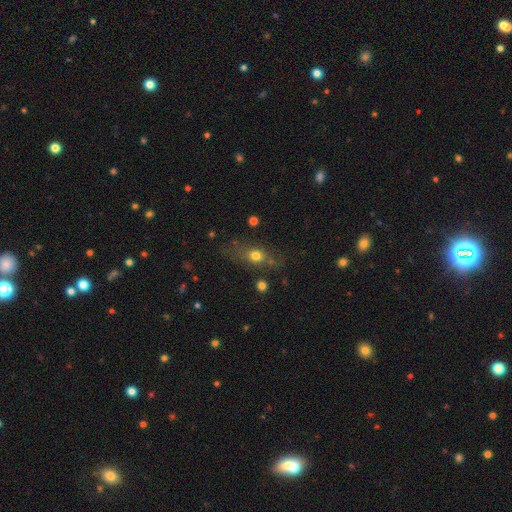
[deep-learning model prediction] A smooth galaxy with no disk features (67%) that is in between round and cigar-shaped (51%). Merging: none (65%).